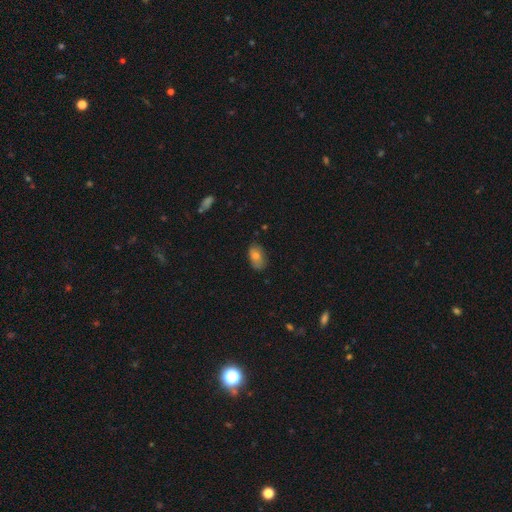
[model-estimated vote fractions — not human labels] This appears to be a smooth galaxy with no disk features (76%) that is in between round and cigar-shaped (91%). Merging: none (75%).